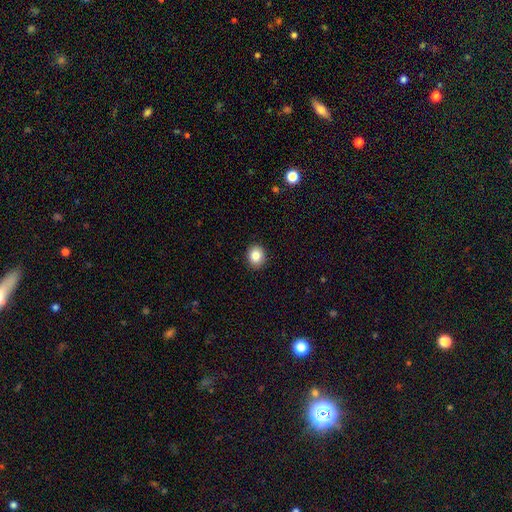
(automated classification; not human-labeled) Overall: smooth (85%). How rounded: round (66%; in between 34%). Merging: none (91%).